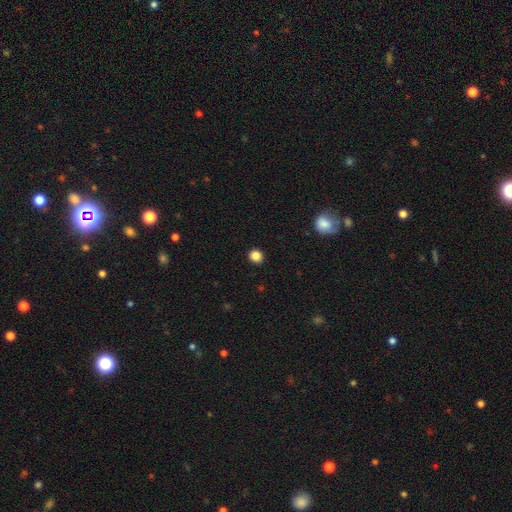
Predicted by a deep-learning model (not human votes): The model was most divided on "how rounded": round: 81%, in between: 18%, cigar-shaped: 1%. More confident: merging — none (92%); smooth or featured — smooth (85%).